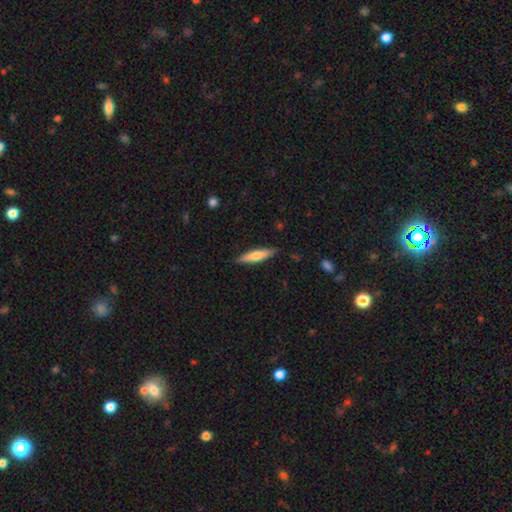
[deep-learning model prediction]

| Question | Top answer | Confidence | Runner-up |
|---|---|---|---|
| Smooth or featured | smooth | 65% | featured or disk (29%) |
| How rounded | cigar-shaped | 80% | in between (19%) |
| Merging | none | 88% | minor disturbance (9%) |